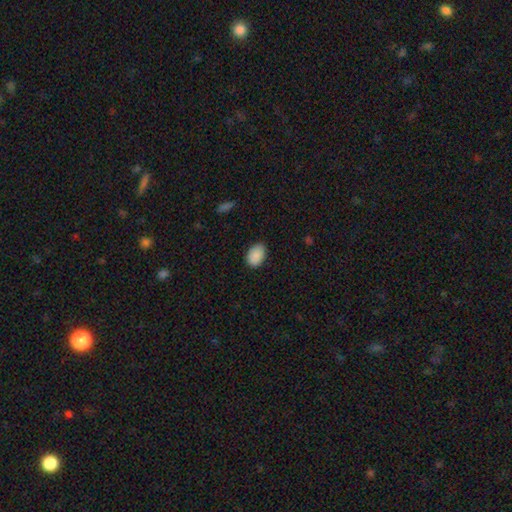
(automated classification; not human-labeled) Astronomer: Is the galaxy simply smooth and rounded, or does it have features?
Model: smooth — 90%.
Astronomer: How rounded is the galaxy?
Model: in between — 84%.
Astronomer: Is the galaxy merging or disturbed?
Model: none — 83%.